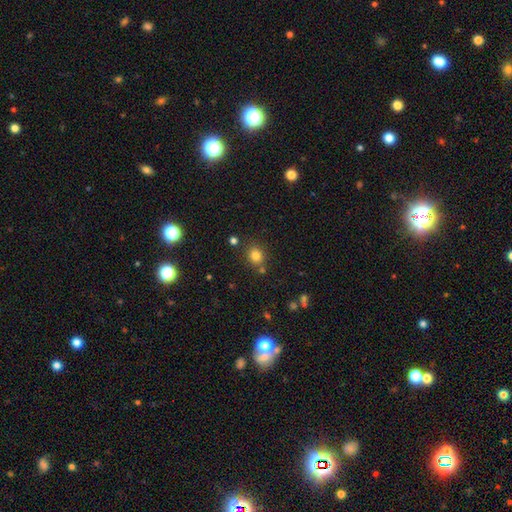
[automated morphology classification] smooth_or_featured: smooth (p=0.79) [alt: star or artifact p=0.14]
how_rounded: round (p=0.74) [alt: in between p=0.25]
merging: none (p=0.77) [alt: minor disturbance p=0.10]